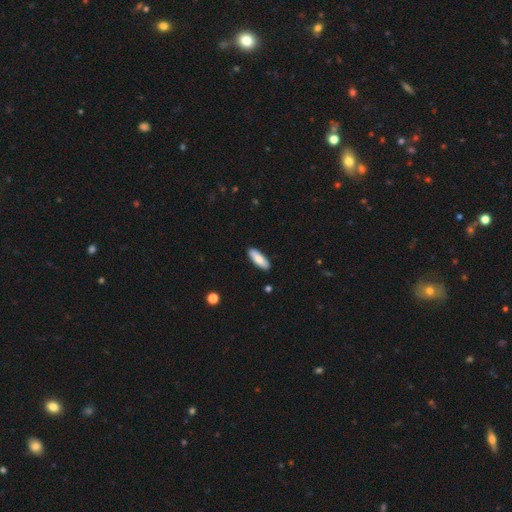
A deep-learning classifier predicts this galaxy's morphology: This appears to be a smooth galaxy with no disk features (79%) that is in between round and cigar-shaped (52%). Merging: none (89%).